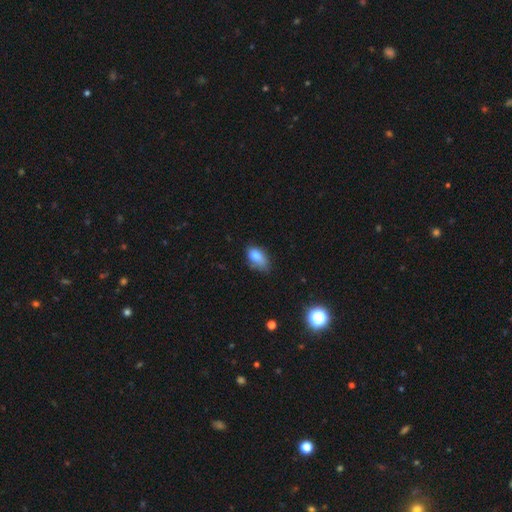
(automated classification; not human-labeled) Smooth or featured: smooth — 79% (featured or disk — 12%)
How rounded: in between — 89% (round — 8%)
Merging: none — 48% (minor disturbance — 38%)